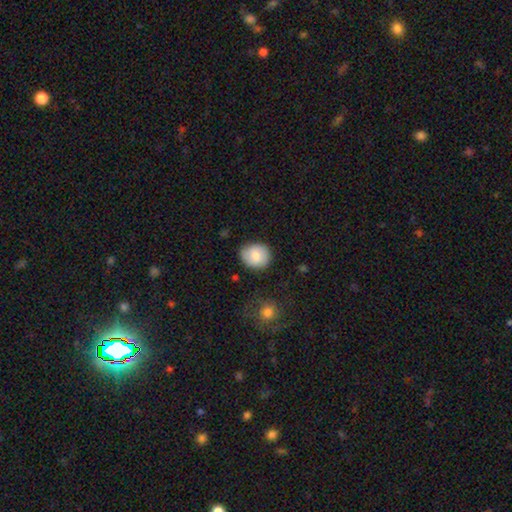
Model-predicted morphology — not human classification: type=smooth (75%); roundness=round (74%); merging=none (78%).